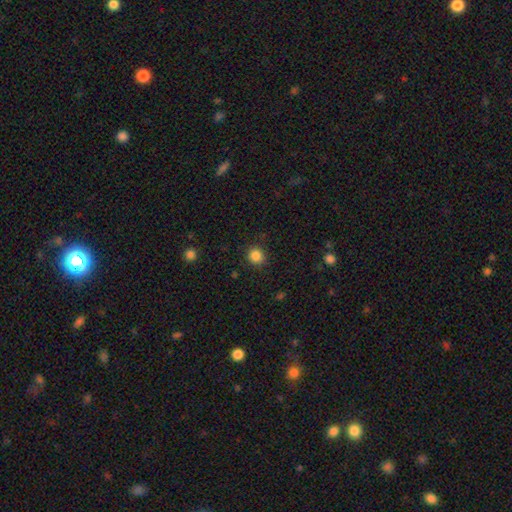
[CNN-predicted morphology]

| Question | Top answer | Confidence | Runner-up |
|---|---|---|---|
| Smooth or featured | smooth | 85% | star or artifact (11%) |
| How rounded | round | 89% | in between (10%) |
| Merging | none | 88% | minor disturbance (8%) |